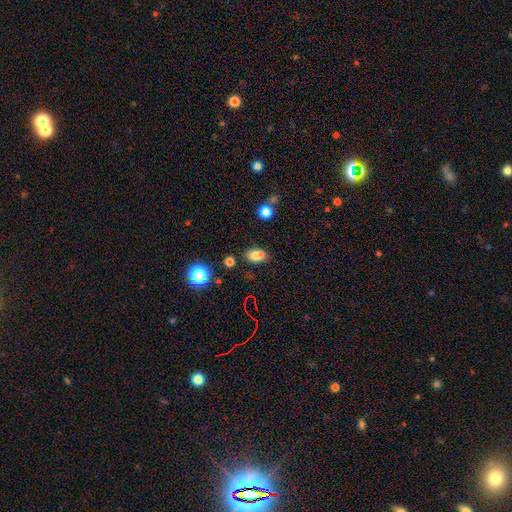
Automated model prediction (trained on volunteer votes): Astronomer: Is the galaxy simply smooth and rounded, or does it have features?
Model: smooth — 76%.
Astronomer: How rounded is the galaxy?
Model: in between — 81%.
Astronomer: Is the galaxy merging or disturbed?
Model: none — 61%.